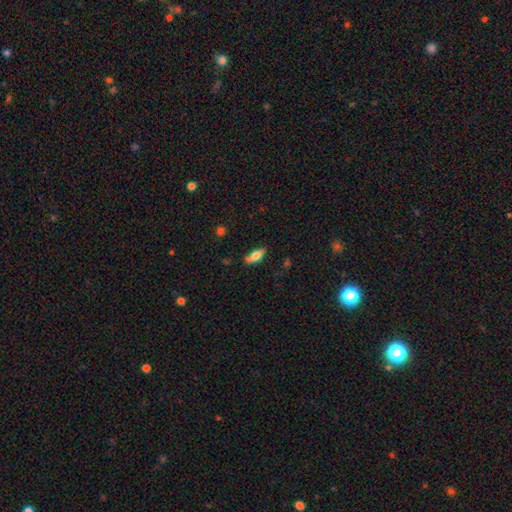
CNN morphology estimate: Smooth or featured: smooth — 69% (featured or disk — 24%)
How rounded: in between — 75% (cigar-shaped — 23%)
Merging: none — 75% (minor disturbance — 19%)